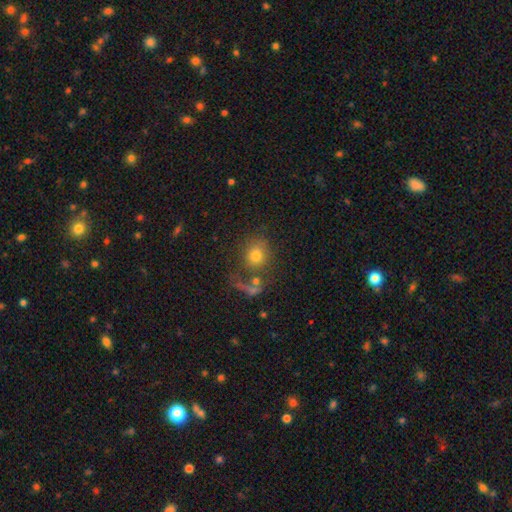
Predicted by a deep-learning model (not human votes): Smooth or featured?
  - smooth: 73% *
  - star or artifact: 13%
  - featured or disk: 13%
How rounded?
  - round: 75% *
  - in between: 23%
  - cigar-shaped: 1%
Merging?
  - none: 57% *
  - merger: 18%
  - minor disturbance: 13%
  - major disturbance: 11%